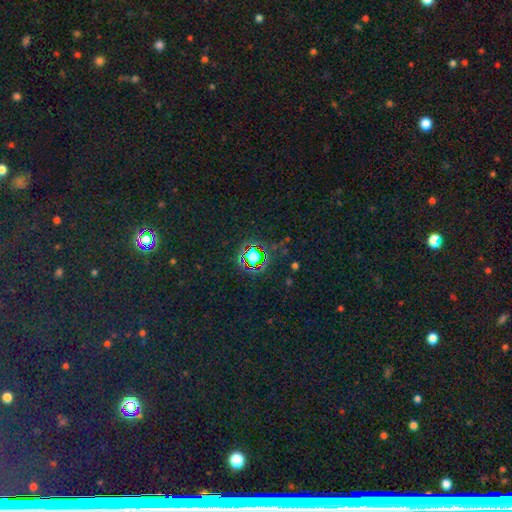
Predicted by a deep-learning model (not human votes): star or artifact 72%, smooth 18%, featured or disk 10%.